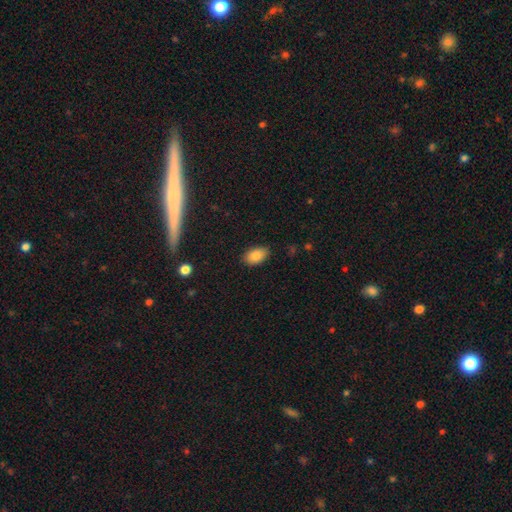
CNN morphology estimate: Overall: smooth (87%). How rounded: in between (91%). Merging: none (86%).